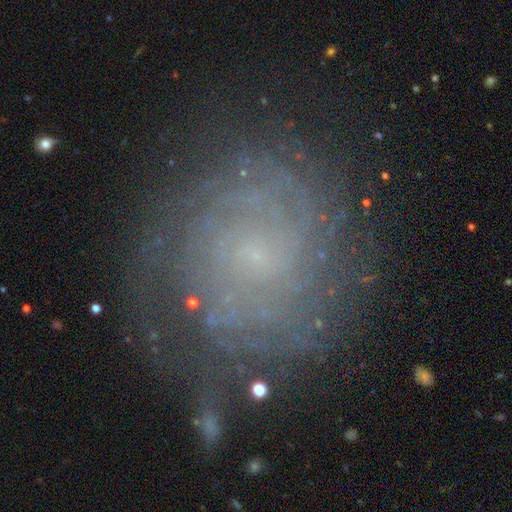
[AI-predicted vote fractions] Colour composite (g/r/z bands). It shows a featured or disk galaxy (70%) with no bar (73%), tight (74%) spiral arms (89%) and a small central bulge (77%). Merging: none (75%).